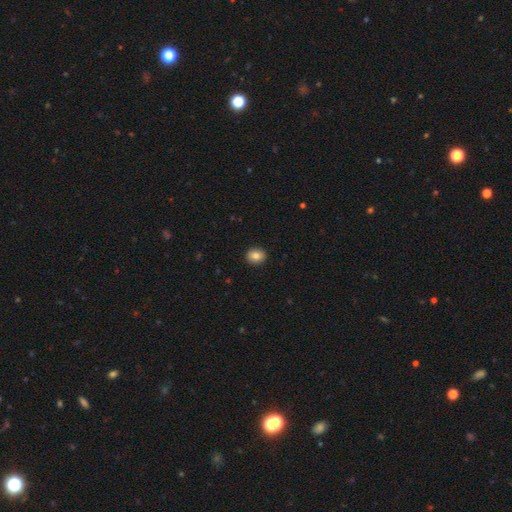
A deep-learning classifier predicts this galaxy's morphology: A smooth galaxy with no disk features (84%) that is round (63%). Merging: none (92%).